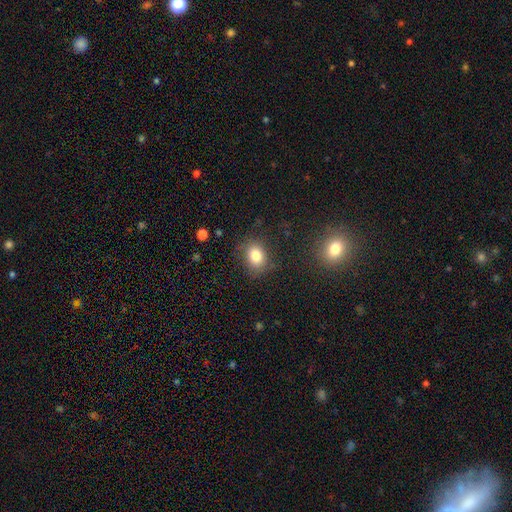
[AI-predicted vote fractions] This is clearly a smooth galaxy (81%). How rounded: possibly in between (50%). Merging: likely none (78%).